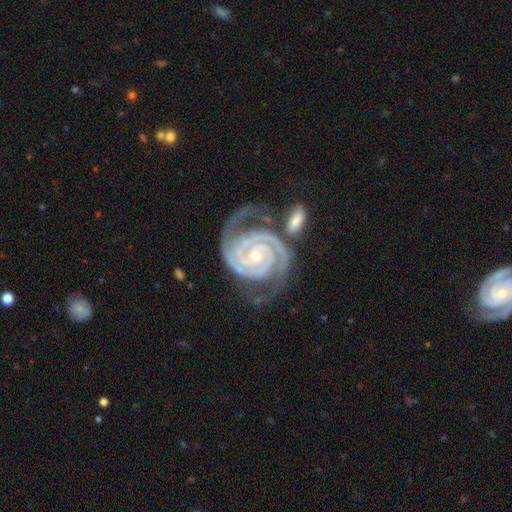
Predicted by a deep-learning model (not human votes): Overall: featured or disk (94%). Edge-on disk: no (98%). Bar: no (68%). Spiral arms: yes (99%). Spiral arm count: 2 (76%). Spiral winding: tight (81%). Bulge size: small (69%). Merging: none (59%; minor disturbance 20%).